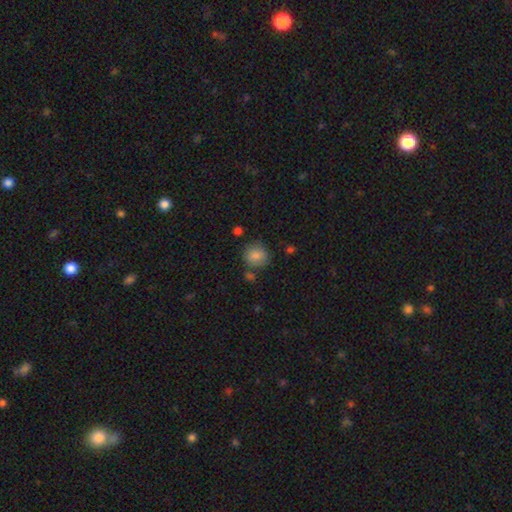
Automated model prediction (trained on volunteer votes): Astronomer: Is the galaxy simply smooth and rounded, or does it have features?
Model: smooth — 84%.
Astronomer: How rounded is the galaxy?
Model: round — 81%.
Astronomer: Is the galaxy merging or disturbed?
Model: none — 74%.